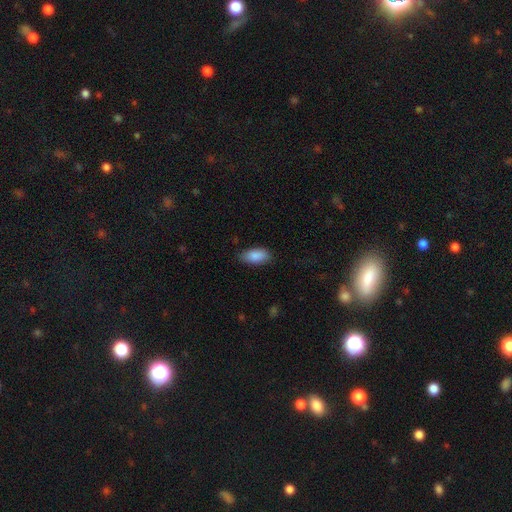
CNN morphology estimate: Smooth or featured? smooth (89%)
How rounded? in between (91%)
Merging? none (81%)